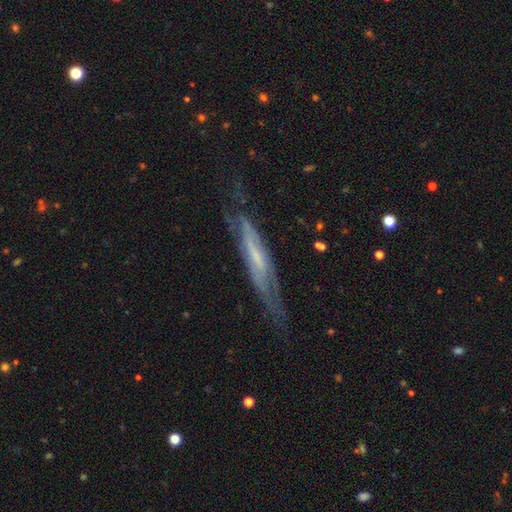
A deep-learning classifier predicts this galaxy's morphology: smooth-or-featured: featured or disk: 70% | smooth: 22% | star or artifact: 8%
  disk-edge-on: yes: 64% | no: 36%
  merging: none: 62% | minor disturbance: 23% | major disturbance: 13% | merger: 2%